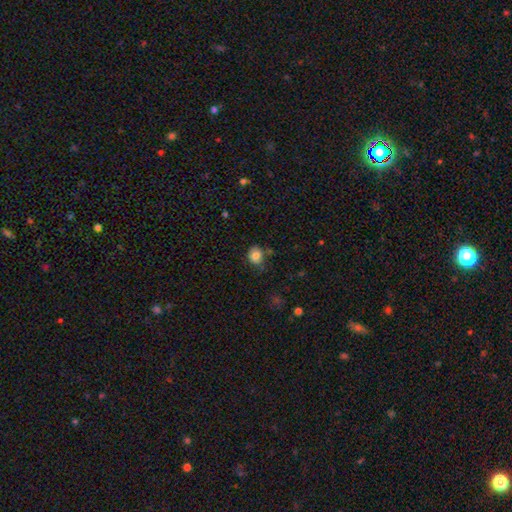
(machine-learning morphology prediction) This is clearly a smooth galaxy (83%). How rounded: likely round (70%). Merging: likely none (67%).